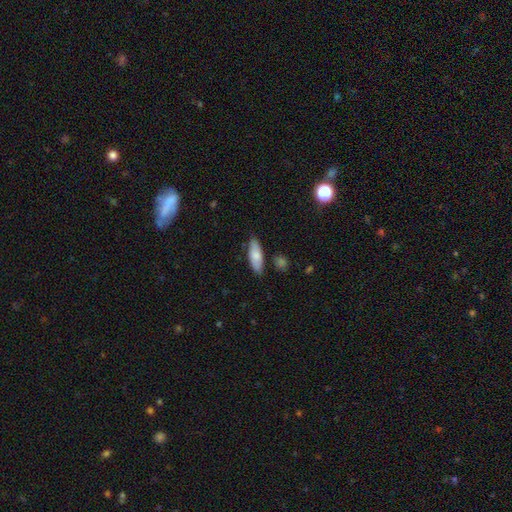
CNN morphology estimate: This appears to be a smooth galaxy with no disk features (77%) that is in between round and cigar-shaped (62%). Merging: none (81%).